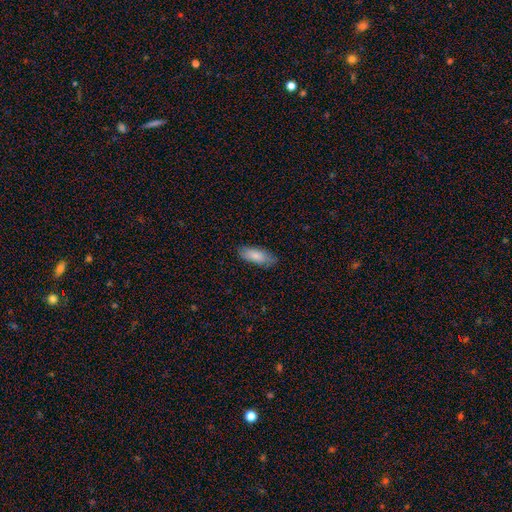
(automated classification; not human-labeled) smooth-or-featured: smooth: 84% | featured or disk: 11% | star or artifact: 6%
  how-rounded: in between: 74% | cigar-shaped: 24% | round: 2%
  merging: none: 81% | minor disturbance: 15% | major disturbance: 3% | merger: 1%